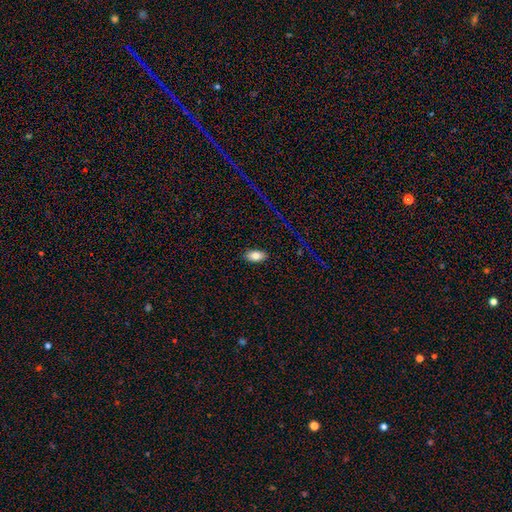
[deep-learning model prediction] The model was most divided on "smooth or featured": smooth: 81%, featured or disk: 11%, star or artifact: 8%. More confident: how rounded — in between (92%); merging — none (89%).